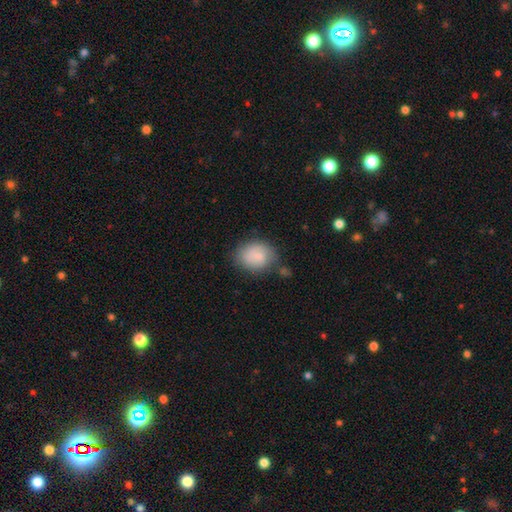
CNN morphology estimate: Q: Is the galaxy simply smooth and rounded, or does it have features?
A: smooth — 75%.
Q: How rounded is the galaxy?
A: round — 54%.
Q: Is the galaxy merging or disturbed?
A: none — 63%.